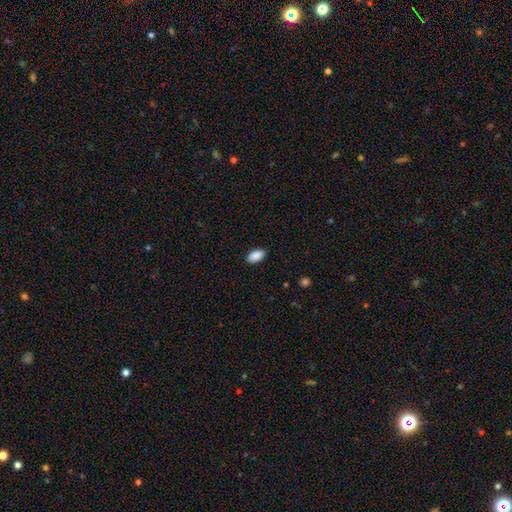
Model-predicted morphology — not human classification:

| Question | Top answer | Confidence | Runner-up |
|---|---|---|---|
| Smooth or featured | smooth | 90% | star or artifact (7%) |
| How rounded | in between | 95% | round (3%) |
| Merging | none | 89% | minor disturbance (9%) |